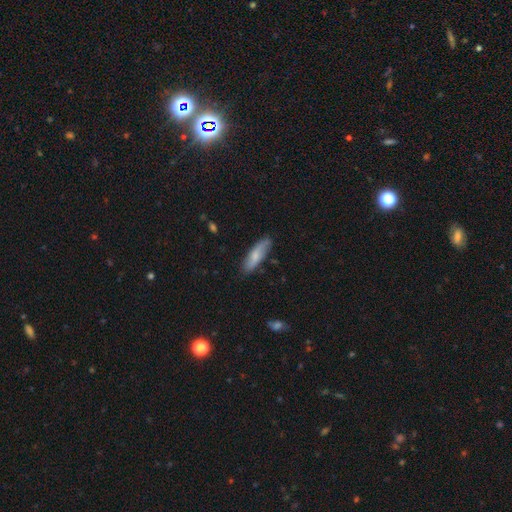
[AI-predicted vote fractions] smooth-or-featured: smooth: 67% | featured or disk: 27% | star or artifact: 6%
  how-rounded: cigar-shaped: 60% | in between: 38% | round: 2%
  merging: none: 82% | minor disturbance: 14% | major disturbance: 2% | merger: 2%